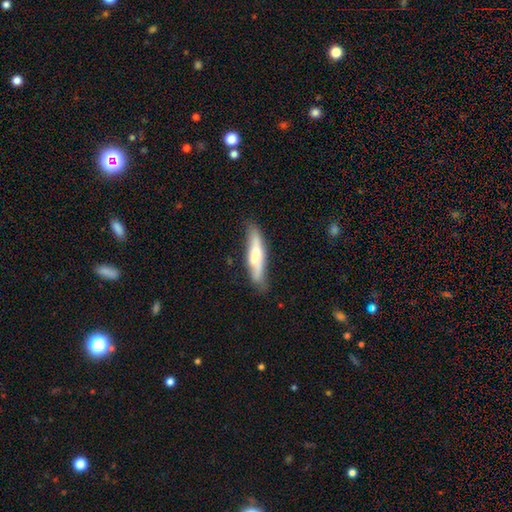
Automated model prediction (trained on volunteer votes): Smooth or featured? Predicted: smooth (p=0.56). How rounded? Predicted: cigar-shaped (p=0.78). Merging? Predicted: none (p=0.72).